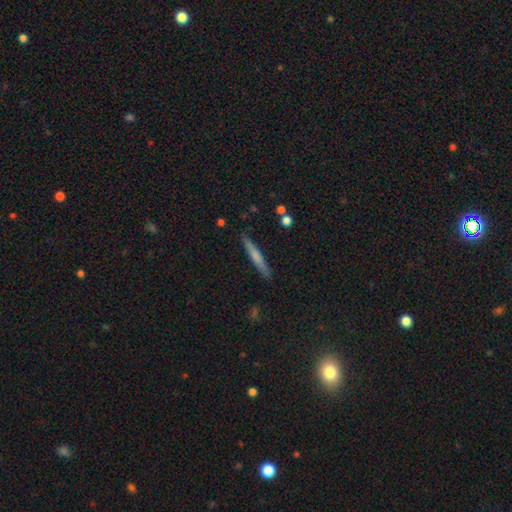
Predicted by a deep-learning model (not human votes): A smooth galaxy with no disk features (60%) that is cigar-shaped (95%). Merging: none (89%).